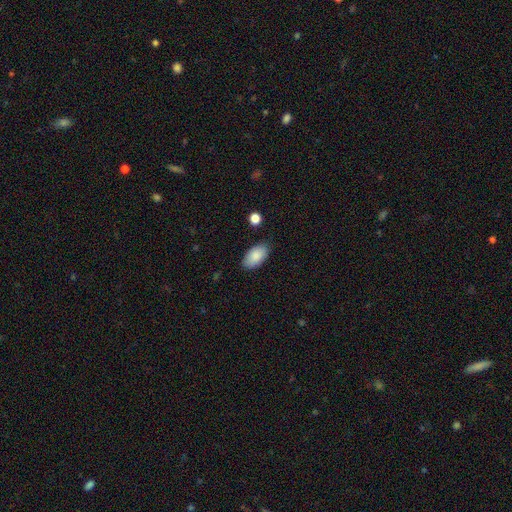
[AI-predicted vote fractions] This appears to be a smooth galaxy with no disk features (88%) that is in between round and cigar-shaped (95%). Merging: none (83%).